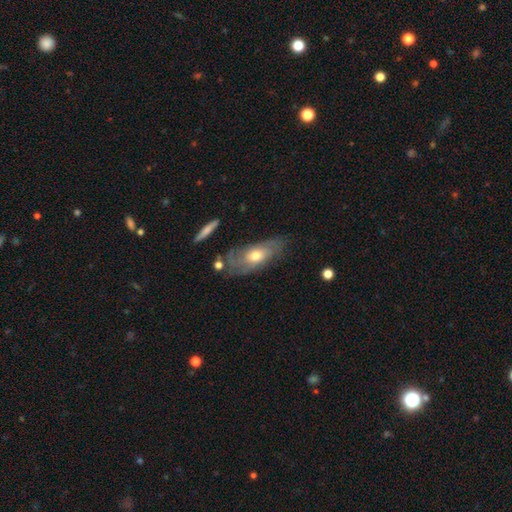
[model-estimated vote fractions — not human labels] Smooth or featured: featured or disk — 57% (smooth — 35%)
Edge-on disk: no — 82% (yes — 18%)
Merging: none — 63% (minor disturbance — 23%)